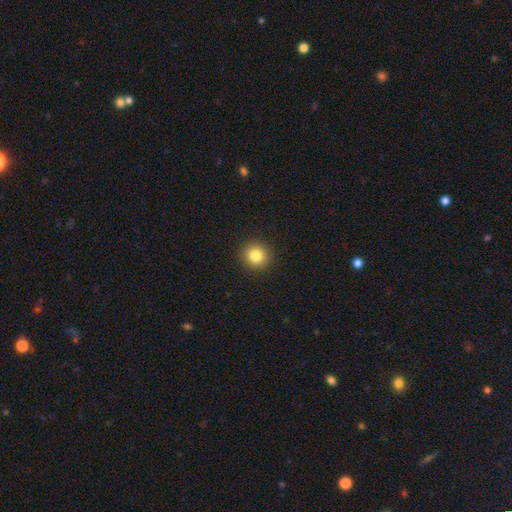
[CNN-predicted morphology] smooth_or_featured: smooth (p=0.83) [alt: star or artifact p=0.11]
how_rounded: round (p=0.93) [alt: in between p=0.07]
merging: none (p=0.92) [alt: minor disturbance p=0.05]